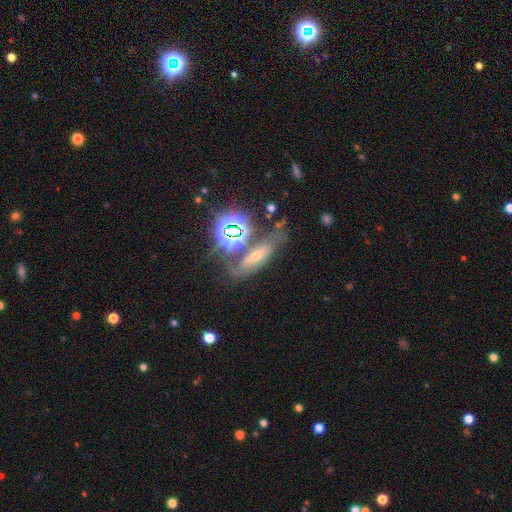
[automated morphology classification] The model was most divided on "smooth or featured": star or artifact: 37%, featured or disk: 34%, smooth: 30%.